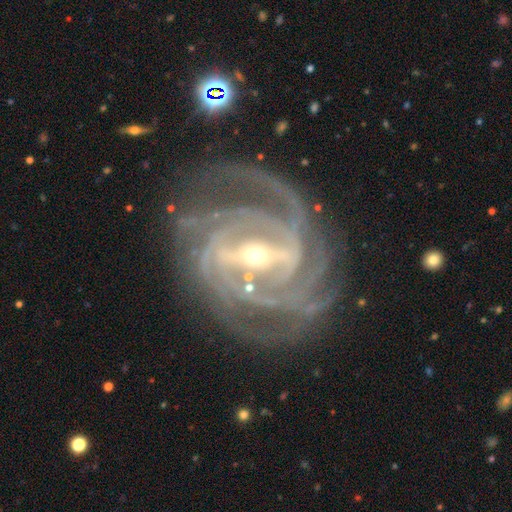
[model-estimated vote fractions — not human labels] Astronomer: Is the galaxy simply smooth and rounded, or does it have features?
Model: featured or disk — 92%.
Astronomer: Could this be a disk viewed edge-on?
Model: no — 97%.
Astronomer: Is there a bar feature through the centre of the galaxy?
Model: strong — 73%.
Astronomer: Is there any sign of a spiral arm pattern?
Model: yes — 98%.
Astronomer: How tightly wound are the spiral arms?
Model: tight — 68%.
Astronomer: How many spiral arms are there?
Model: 4 — 36% (runner-up: 3, 16%).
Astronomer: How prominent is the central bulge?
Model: small — 62%.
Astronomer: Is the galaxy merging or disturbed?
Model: none — 76%.